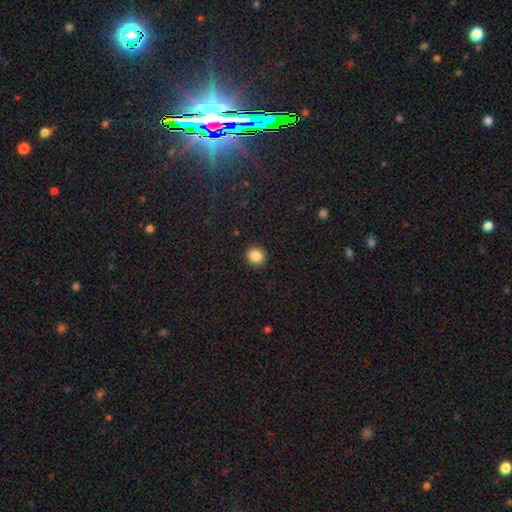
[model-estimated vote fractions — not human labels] This appears to be a smooth galaxy with no disk features (86%) that is round (86%). Merging: none (91%).